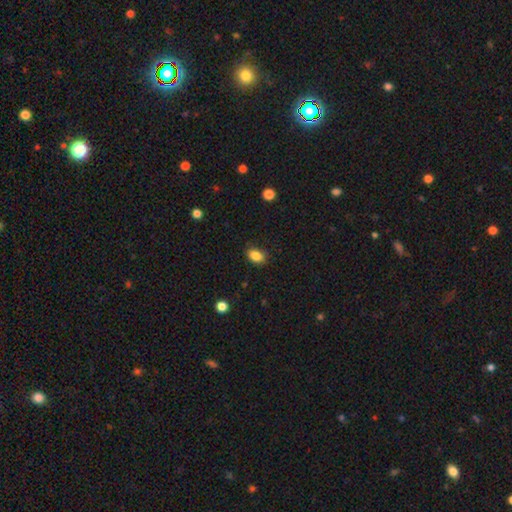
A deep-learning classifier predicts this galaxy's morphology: A smooth galaxy with no disk features (86%) that is in between round and cigar-shaped (81%).

Vote fractions:
- Smooth or featured? smooth: 86% / star or artifact: 9% / featured or disk: 5%
- How rounded? in between: 81% / round: 18% / cigar-shaped: 1%
- Merging? none: 84% / minor disturbance: 13% / major disturbance: 3% / merger: 1%